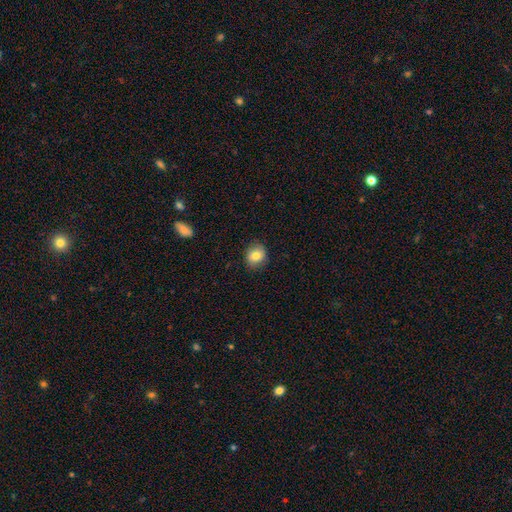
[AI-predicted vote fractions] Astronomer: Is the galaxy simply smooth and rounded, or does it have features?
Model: smooth — 80%.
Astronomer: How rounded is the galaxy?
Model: round — 66%.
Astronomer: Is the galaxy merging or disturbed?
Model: none — 86%.